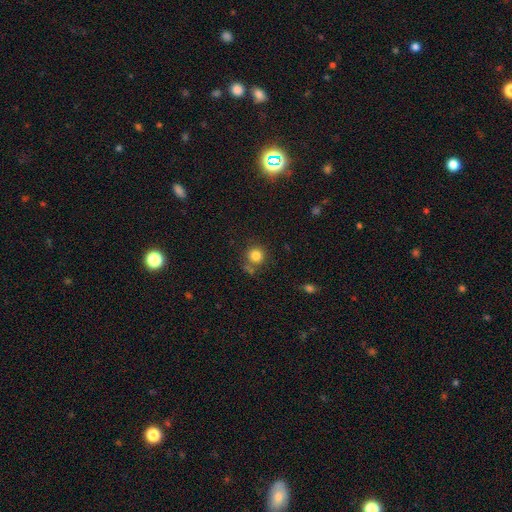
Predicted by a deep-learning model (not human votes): A smooth galaxy with no disk features (83%) that is round (92%).

Vote fractions:
- Smooth or featured? smooth: 83% / star or artifact: 11% / featured or disk: 6%
- How rounded? round: 92% / in between: 7% / cigar-shaped: 1%
- Merging? none: 74% / minor disturbance: 11% / merger: 11% / major disturbance: 4%